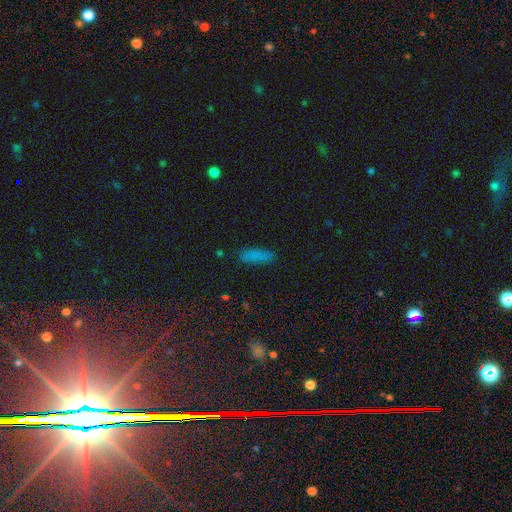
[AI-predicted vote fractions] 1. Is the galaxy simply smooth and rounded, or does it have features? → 80% smooth, 13% star or artifact, 7% featured or disk.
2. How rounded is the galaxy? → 54% cigar-shaped, 44% in between, 3% round.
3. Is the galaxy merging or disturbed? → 83% none, 12% minor disturbance, 3% major disturbance, 2% merger.